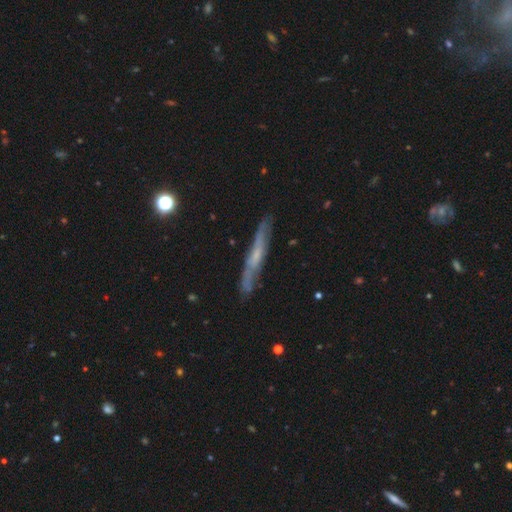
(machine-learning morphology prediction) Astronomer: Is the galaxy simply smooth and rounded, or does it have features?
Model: featured or disk — 62%.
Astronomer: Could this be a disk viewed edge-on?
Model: yes — 83%.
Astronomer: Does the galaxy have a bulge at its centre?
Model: none — 62%.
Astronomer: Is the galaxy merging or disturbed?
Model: none — 78%.